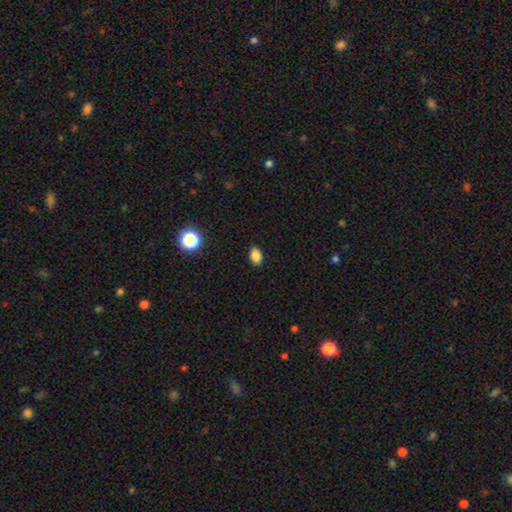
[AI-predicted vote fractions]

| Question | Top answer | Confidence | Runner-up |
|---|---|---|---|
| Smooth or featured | smooth | 85% | star or artifact (11%) |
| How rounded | in between | 83% | round (16%) |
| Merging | none | 89% | minor disturbance (8%) |